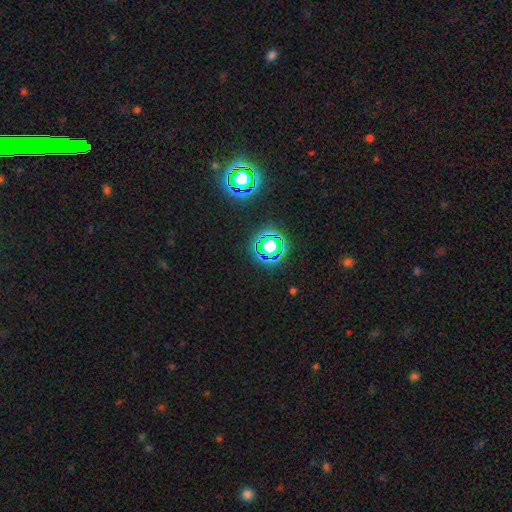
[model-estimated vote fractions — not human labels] Q: Smooth or featured?
A: star or artifact (76%); runner-up: smooth (16%)